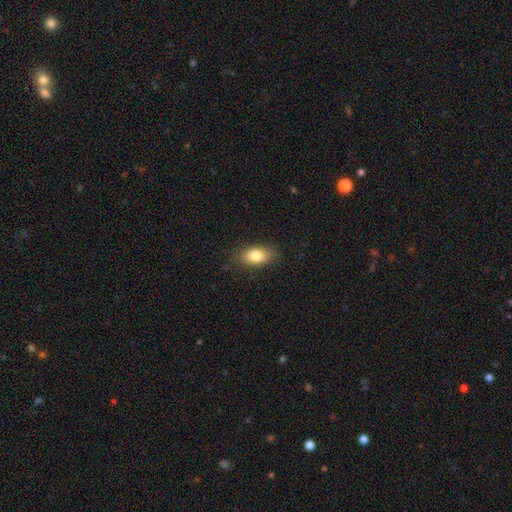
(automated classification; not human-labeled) smooth_or_featured: smooth (p=0.80) [alt: featured or disk p=0.12]
how_rounded: in between (p=0.86) [alt: round p=0.07]
merging: none (p=0.84) [alt: minor disturbance p=0.12]